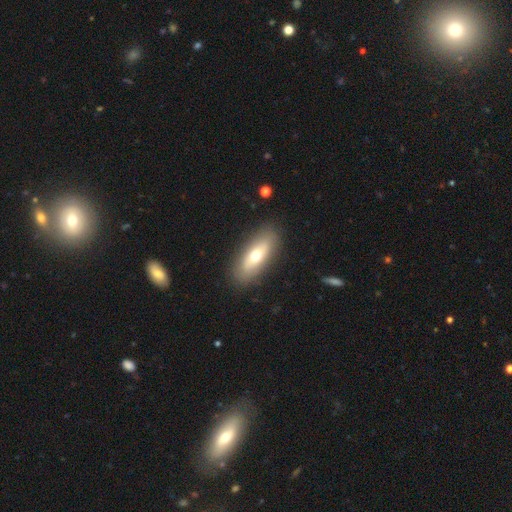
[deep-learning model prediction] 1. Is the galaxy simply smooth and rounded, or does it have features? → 60% smooth, 34% featured or disk, 6% star or artifact.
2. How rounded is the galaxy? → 72% in between, 25% cigar-shaped, 3% round.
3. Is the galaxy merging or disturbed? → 88% none, 8% minor disturbance, 3% major disturbance, 1% merger.